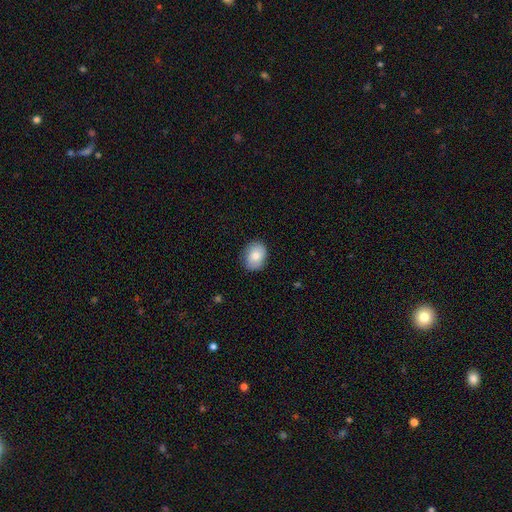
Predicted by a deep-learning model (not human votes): This appears to be a smooth galaxy with no disk features (81%) that is in between round and cigar-shaped (60%). Merging: none (82%).